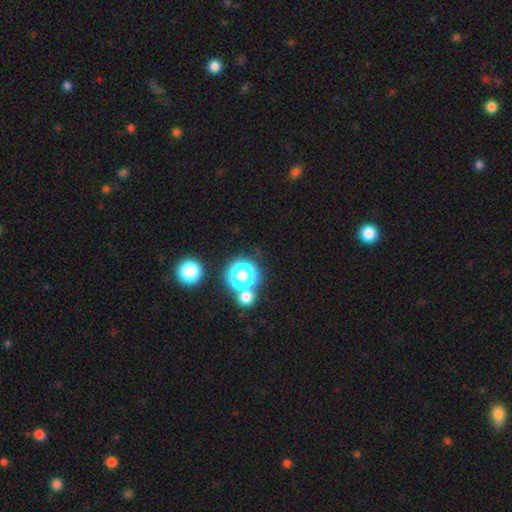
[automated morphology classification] This is likely a star or artifact rather than a galaxy (65%).